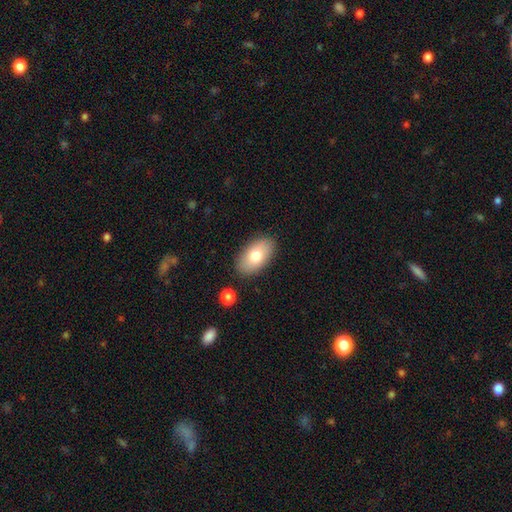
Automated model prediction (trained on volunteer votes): smooth_or_featured: smooth (p=0.76) [alt: featured or disk p=0.17]
how_rounded: in between (p=0.94) [alt: round p=0.05]
merging: none (p=0.86) [alt: minor disturbance p=0.10]